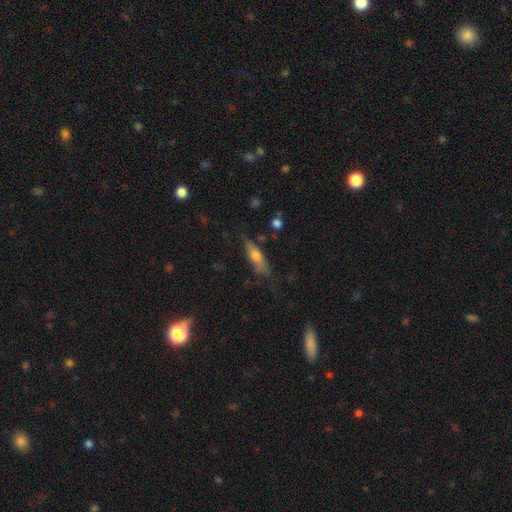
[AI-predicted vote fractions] smooth_or_featured: smooth (p=0.51) [alt: featured or disk p=0.40]
how_rounded: cigar-shaped (p=0.63) [alt: in between p=0.34]
merging: none (p=0.65) [alt: minor disturbance p=0.24]